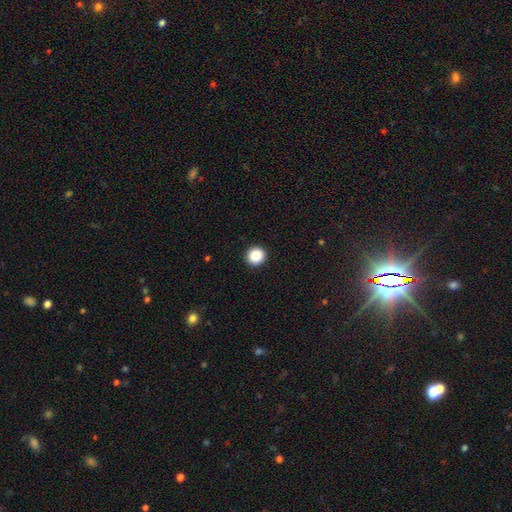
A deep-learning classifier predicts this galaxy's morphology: A smooth galaxy with no disk features (88%) that is round (94%). Merging: none (93%).